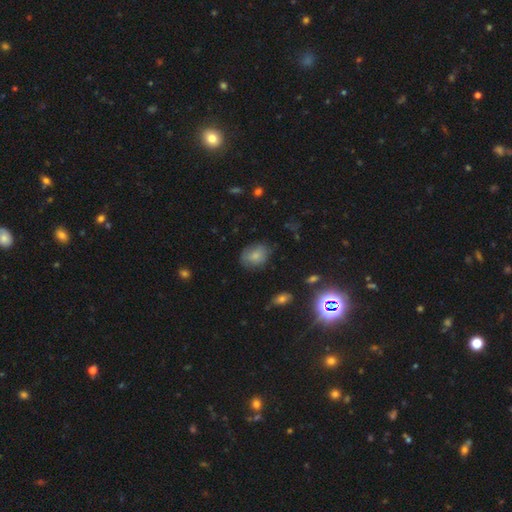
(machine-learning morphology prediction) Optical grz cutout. It shows a smooth galaxy with no disk features (78%) that is in between round and cigar-shaped (62%). Merging: none (73%).